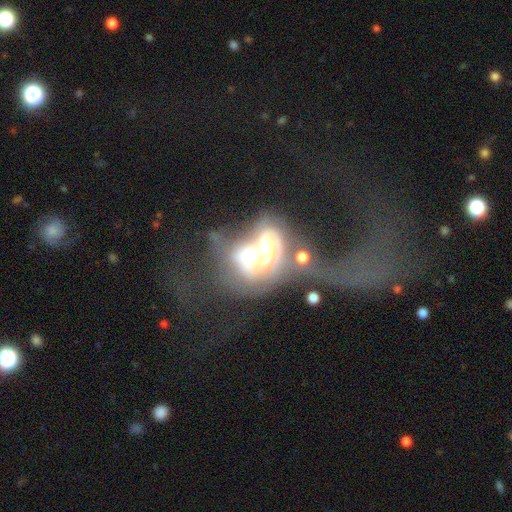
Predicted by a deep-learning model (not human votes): Smooth or featured? Predicted: featured or disk (p=0.67). Edge-on disk? Predicted: no (p=0.95). Bar? Predicted: no (p=0.65). Spiral arms? Predicted: yes (p=0.59). Bulge size? Predicted: moderate (p=0.54). Merging? Predicted: merger (p=0.72).